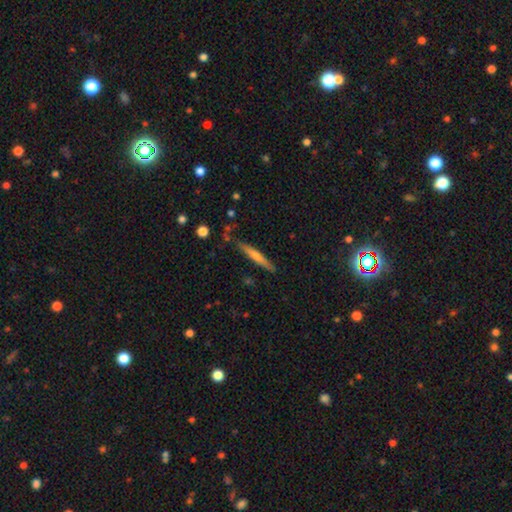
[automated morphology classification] Smooth or featured? smooth (48%)
Merging? none (84%)